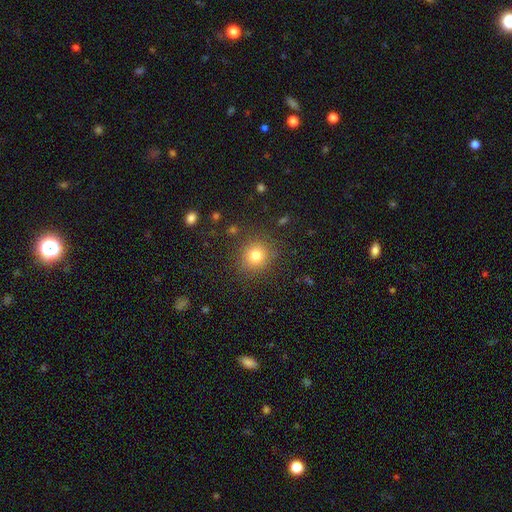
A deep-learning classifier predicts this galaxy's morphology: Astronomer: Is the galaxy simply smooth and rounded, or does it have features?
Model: smooth — 78%.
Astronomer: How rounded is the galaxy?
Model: round — 87%.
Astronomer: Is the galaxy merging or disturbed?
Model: none — 86%.